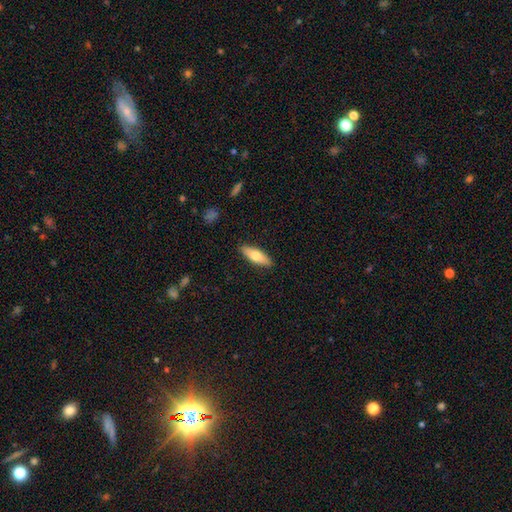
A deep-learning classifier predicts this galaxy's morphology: This appears to be a smooth galaxy with no disk features (67%) that is in between round and cigar-shaped (55%). Merging: none (88%).